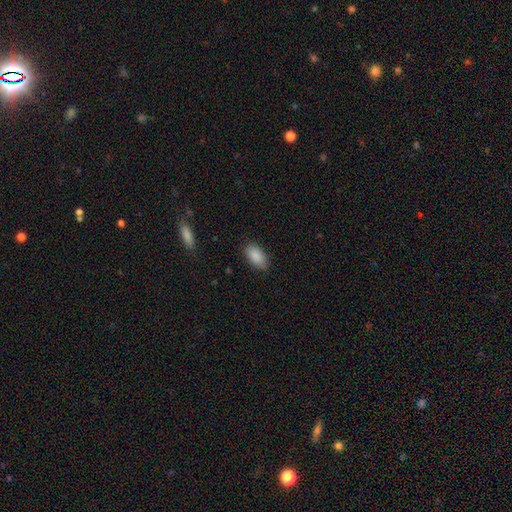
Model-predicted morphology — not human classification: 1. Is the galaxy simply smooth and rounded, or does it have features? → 89% smooth, 7% star or artifact, 4% featured or disk.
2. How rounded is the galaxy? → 93% in between, 4% cigar-shaped, 3% round.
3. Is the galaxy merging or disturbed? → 86% none, 11% minor disturbance, 3% major disturbance, 1% merger.